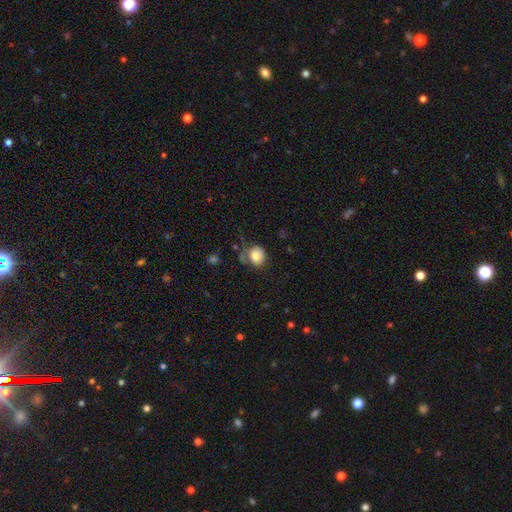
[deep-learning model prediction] Smooth or featured? smooth (79%)
How rounded? round (71%)
Merging? none (52%)